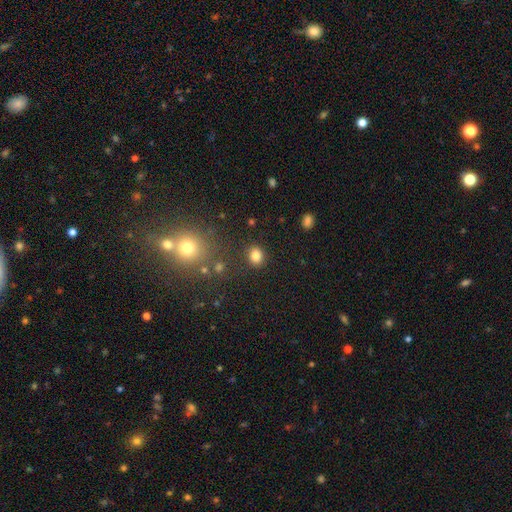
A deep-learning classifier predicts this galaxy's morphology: A smooth galaxy with no disk features (83%) that is round (58%).

Vote fractions:
- Smooth or featured? smooth: 83% / star or artifact: 12% / featured or disk: 5%
- How rounded? round: 58% / in between: 41% / cigar-shaped: 1%
- Merging? none: 85% / minor disturbance: 9% / major disturbance: 3% / merger: 3%